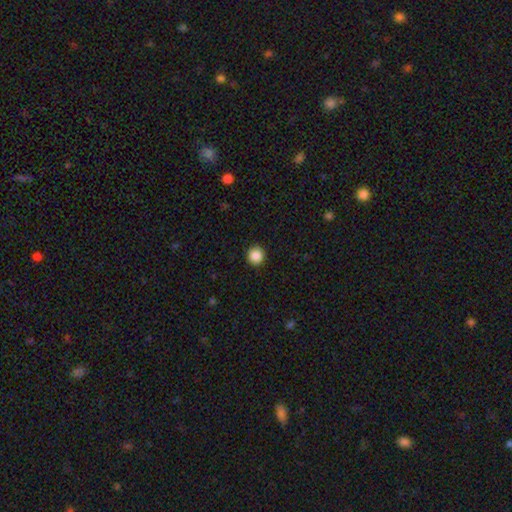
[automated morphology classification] smooth 88%, star or artifact 9%, featured or disk 3%. Down the decision tree: how rounded — round (93%); merging — none (92%).